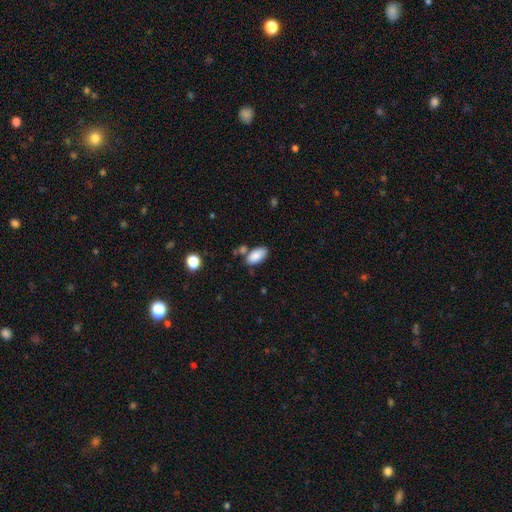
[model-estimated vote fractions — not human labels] Q: Smooth or featured?
A: smooth (86%); runner-up: star or artifact (7%)
Q: How rounded?
A: in between (93%); runner-up: cigar-shaped (4%)
Q: Merging?
A: none (68%); runner-up: minor disturbance (16%)